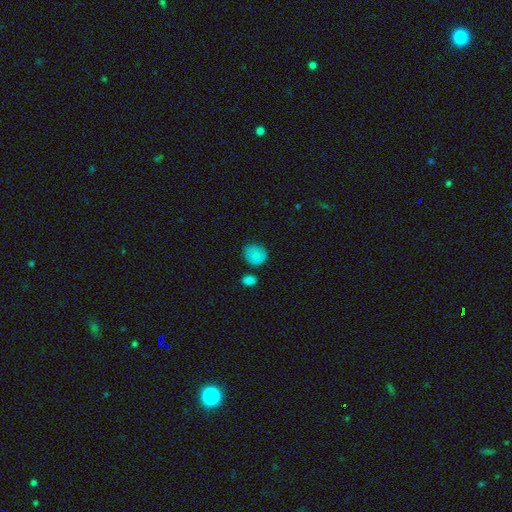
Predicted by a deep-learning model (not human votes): Morphology: type=smooth (85%); roundness=round (65%); merging=none (69%).